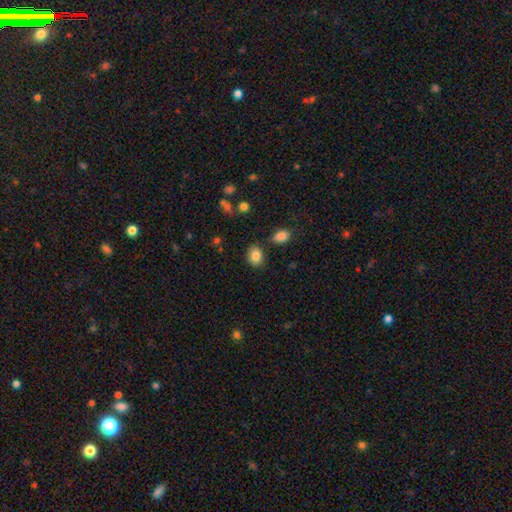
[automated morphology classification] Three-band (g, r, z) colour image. It shows a smooth galaxy with no disk features (85%) that is in between round and cigar-shaped (59%). Merging: none (81%).